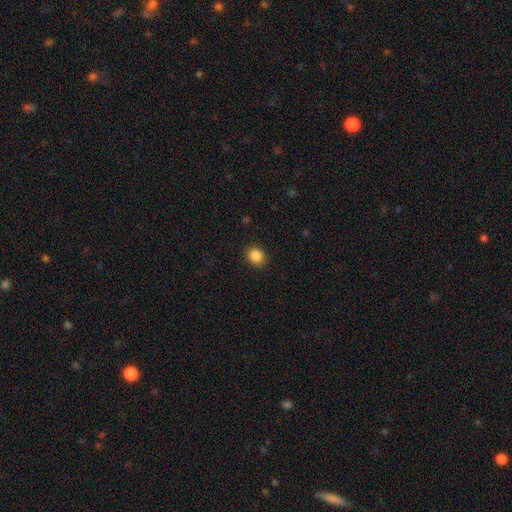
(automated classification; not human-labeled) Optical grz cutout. It shows a smooth galaxy with no disk features (87%) that is round (83%). Merging: none (90%).